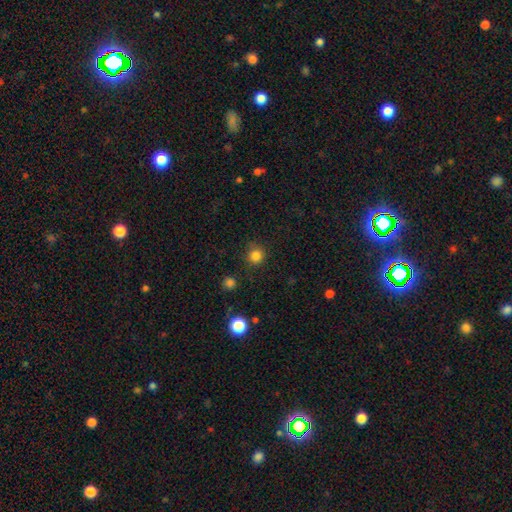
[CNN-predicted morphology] Smooth or featured? Predicted: smooth (p=0.82). How rounded? Predicted: round (p=0.91). Merging? Predicted: none (p=0.83).